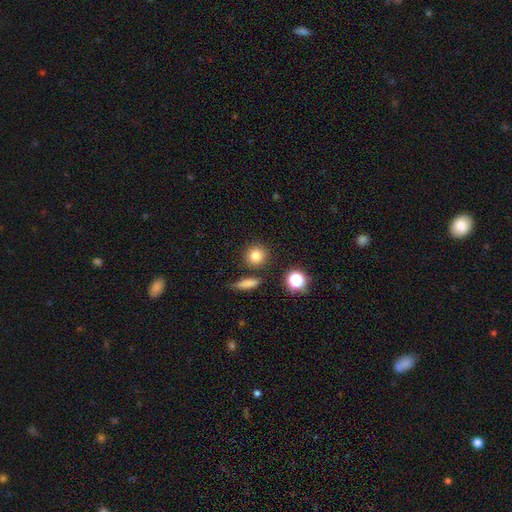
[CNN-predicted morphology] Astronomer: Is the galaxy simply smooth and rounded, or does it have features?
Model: smooth — 79%.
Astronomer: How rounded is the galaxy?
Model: round — 89%.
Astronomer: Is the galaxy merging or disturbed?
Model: none — 82%.